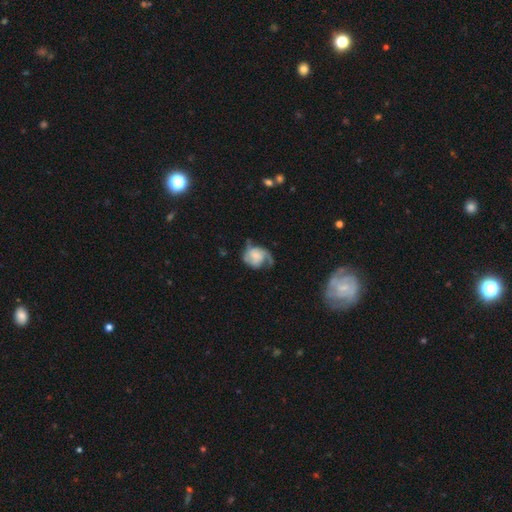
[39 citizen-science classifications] Q: Smooth or featured?
A: featured or disk (54%); runner-up: smooth (41%)
Q: Edge-on disk?
A: no (100%)
Q: Bar?
A: no (67%); runner-up: weak (29%)
Q: Spiral arms?
A: yes (90%); runner-up: no (10%)
Q: Spiral winding?
A: medium (53%); runner-up: loose (26%)
Q: Spiral arm count?
A: 1 (58%); runner-up: 2 (37%)
Q: Bulge size?
A: none (33%); runner-up: moderate (29%)
Q: Merging?
A: minor disturbance (46%); runner-up: none (27%)